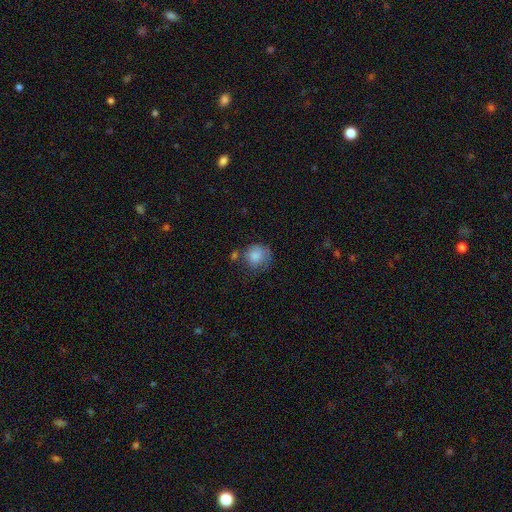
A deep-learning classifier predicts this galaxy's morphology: This appears to be a smooth galaxy with no disk features (84%) that is round (86%). Merging: none (55%).